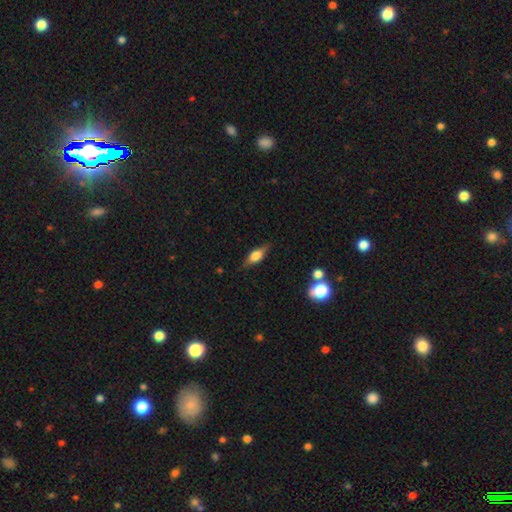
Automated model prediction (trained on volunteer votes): This is possibly a featured or disk galaxy (49%). Merging: likely none (80%).